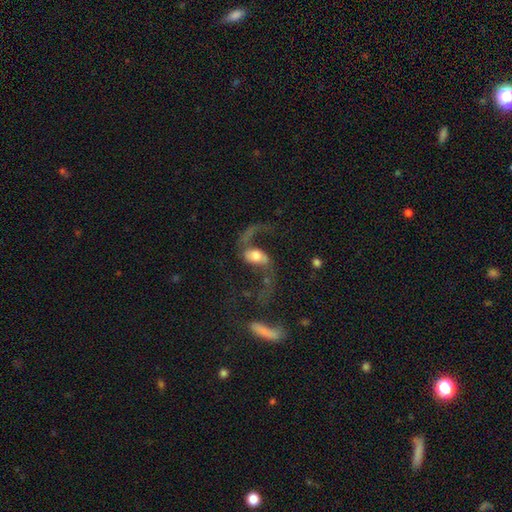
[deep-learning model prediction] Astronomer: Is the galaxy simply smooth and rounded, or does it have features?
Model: featured or disk — 79%.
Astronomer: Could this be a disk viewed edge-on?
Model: no — 95%.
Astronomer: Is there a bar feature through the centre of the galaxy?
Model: no — 48% (runner-up: weak, 34%).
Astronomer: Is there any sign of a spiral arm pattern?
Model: yes — 92%.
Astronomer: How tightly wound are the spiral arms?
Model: loose — 90%.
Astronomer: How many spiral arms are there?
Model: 2 — 91%.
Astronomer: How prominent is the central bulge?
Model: moderate — 48% (runner-up: large, 28%).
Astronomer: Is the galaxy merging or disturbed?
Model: none — 46% (runner-up: major disturbance, 30%).